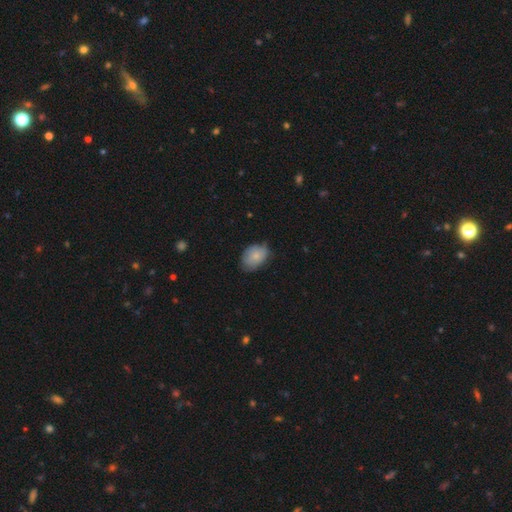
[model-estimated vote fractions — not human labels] A smooth galaxy with no disk features (79%) that is in between round and cigar-shaped (80%).

Vote fractions:
- Smooth or featured? smooth: 79% / featured or disk: 14% / star or artifact: 7%
- How rounded? in between: 80% / round: 19% / cigar-shaped: 1%
- Merging? none: 60% / minor disturbance: 33% / major disturbance: 6% / merger: 1%